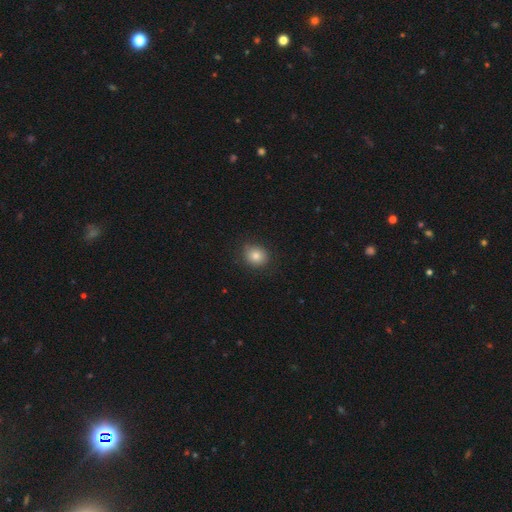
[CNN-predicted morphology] A smooth galaxy with no disk features (83%) that is round (68%). Merging: none (85%).